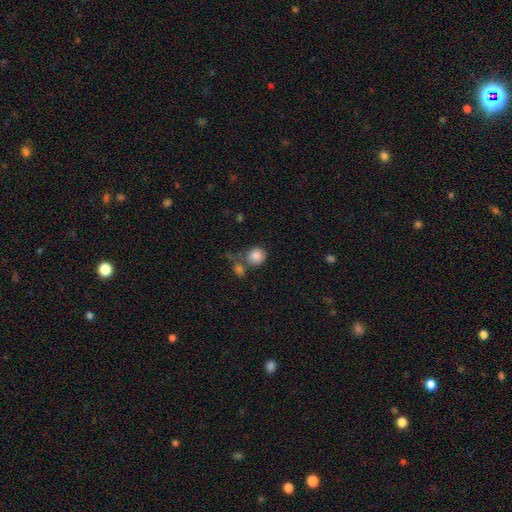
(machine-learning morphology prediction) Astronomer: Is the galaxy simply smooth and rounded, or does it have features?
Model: smooth — 85%.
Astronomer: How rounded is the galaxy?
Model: round — 83%.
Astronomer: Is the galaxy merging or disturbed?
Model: none — 52%.